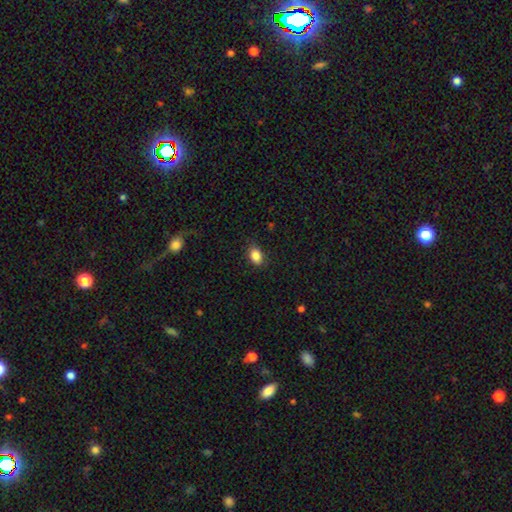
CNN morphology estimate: Smooth or featured? smooth (86%)
How rounded? in between (81%)
Merging? none (84%)